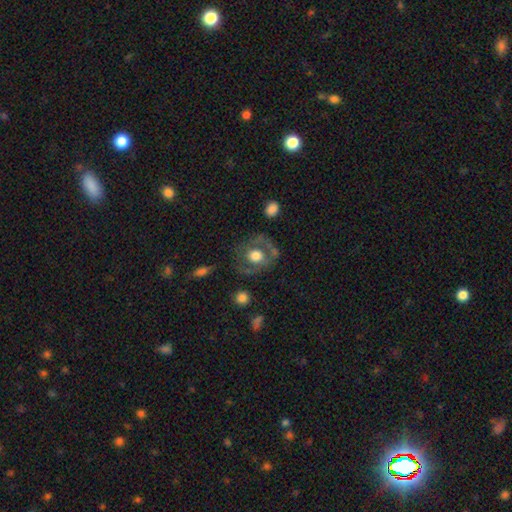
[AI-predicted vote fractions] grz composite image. It shows a smooth galaxy with no disk features (47%). Merging: none (66%).